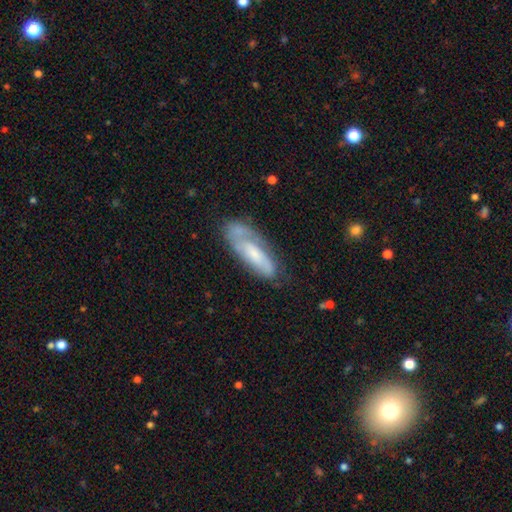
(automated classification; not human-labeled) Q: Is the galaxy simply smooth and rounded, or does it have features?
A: smooth — 49%.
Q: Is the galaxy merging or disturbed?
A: none — 51%.